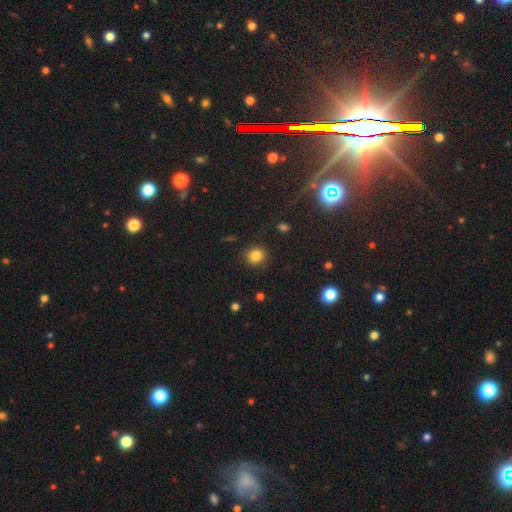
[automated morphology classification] smooth 83%, star or artifact 12%, featured or disk 5%. Down the decision tree: how rounded — round (84%); merging — none (89%).